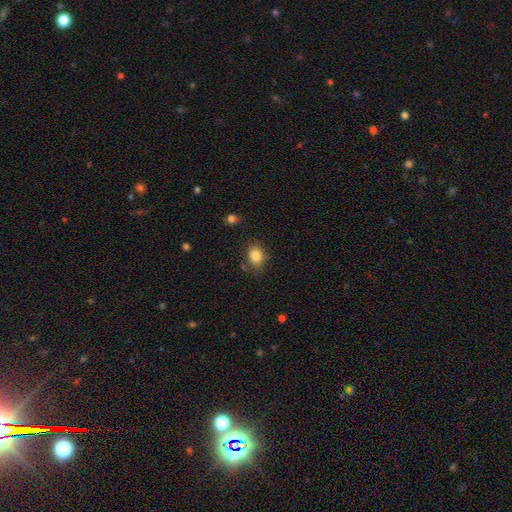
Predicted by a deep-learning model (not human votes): A smooth galaxy with no disk features (84%) that is in between round and cigar-shaped (56%).

Vote fractions:
- Smooth or featured? smooth: 84% / star or artifact: 10% / featured or disk: 6%
- How rounded? in between: 56% / round: 43% / cigar-shaped: 1%
- Merging? none: 80% / minor disturbance: 14% / major disturbance: 3% / merger: 2%